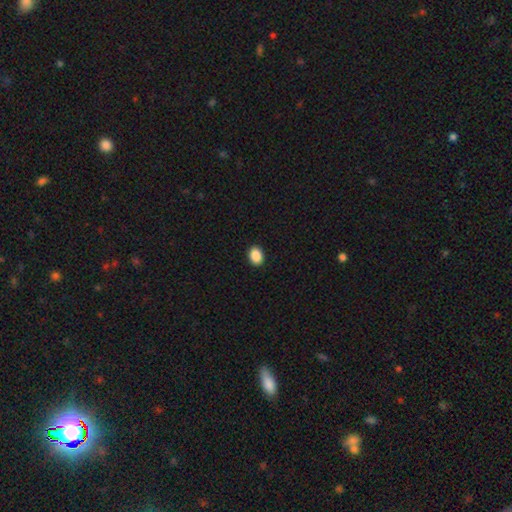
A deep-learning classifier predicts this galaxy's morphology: A smooth galaxy with no disk features (90%) that is in between round and cigar-shaped (70%). Merging: none (92%).